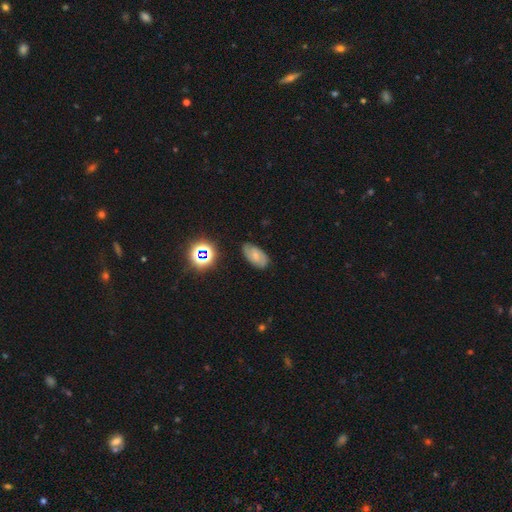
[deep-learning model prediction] The model was most divided on "smooth or featured": smooth: 52%, featured or disk: 33%, star or artifact: 15%. More confident: how rounded — in between (91%); merging — none (75%).